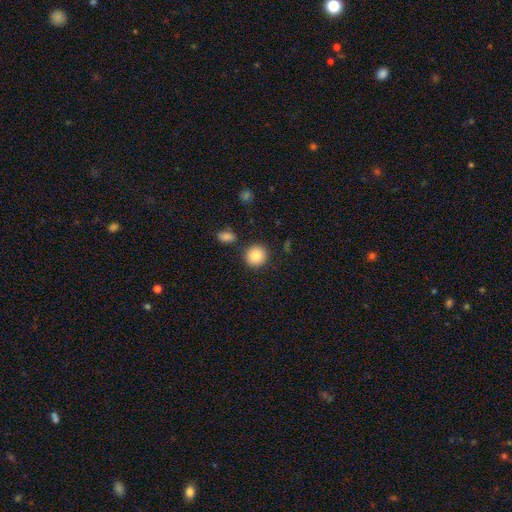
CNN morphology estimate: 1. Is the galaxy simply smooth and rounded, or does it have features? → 86% smooth, 9% star or artifact, 6% featured or disk.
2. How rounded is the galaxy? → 91% round, 8% in between, 1% cigar-shaped.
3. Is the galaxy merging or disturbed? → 87% none, 7% minor disturbance, 4% merger, 2% major disturbance.